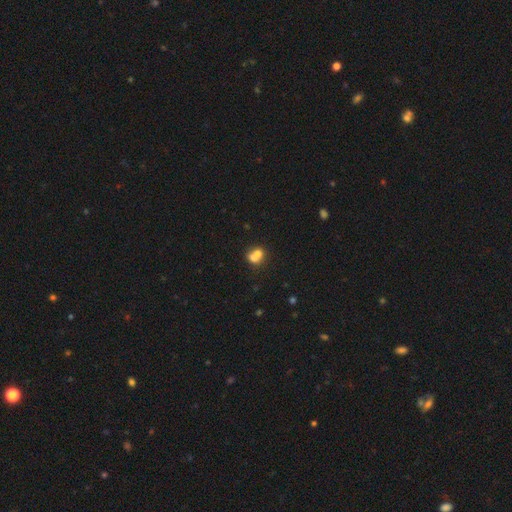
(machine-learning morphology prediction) A smooth galaxy with no disk features (67%) that is round (70%). Merging: merger (65%).